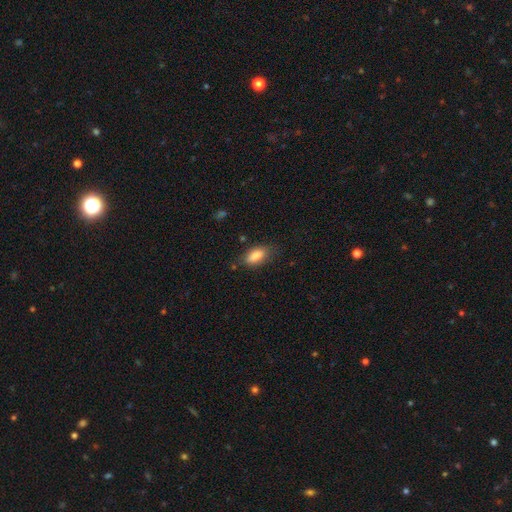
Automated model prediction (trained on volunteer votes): Smooth or featured? smooth (83%)
How rounded? in between (86%)
Merging? none (73%)